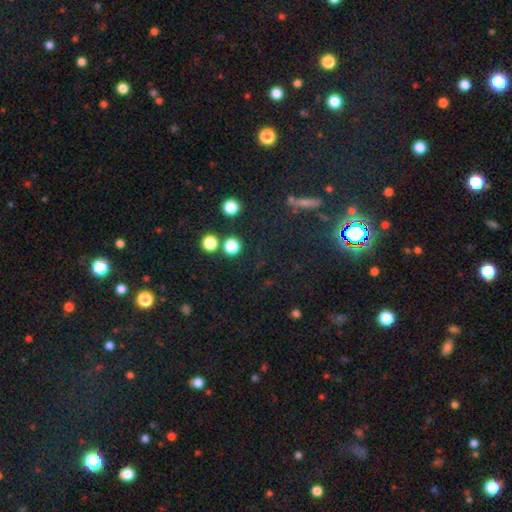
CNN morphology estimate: A star or artifact, not a galaxy (71%).